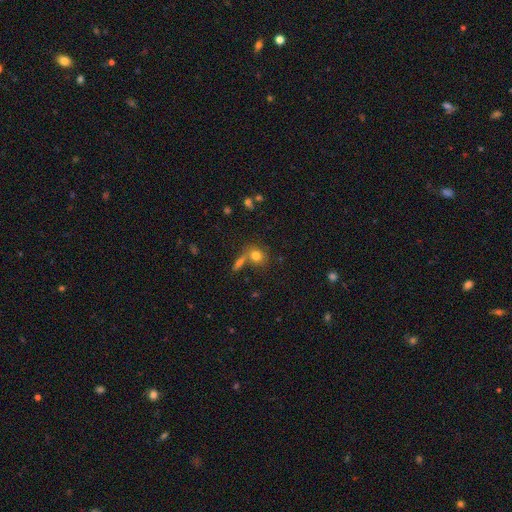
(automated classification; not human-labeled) The model was most divided on "merging": none: 54%, merger: 30%, minor disturbance: 11%, major disturbance: 5%. More confident: smooth or featured — smooth (76%); how rounded — round (63%).